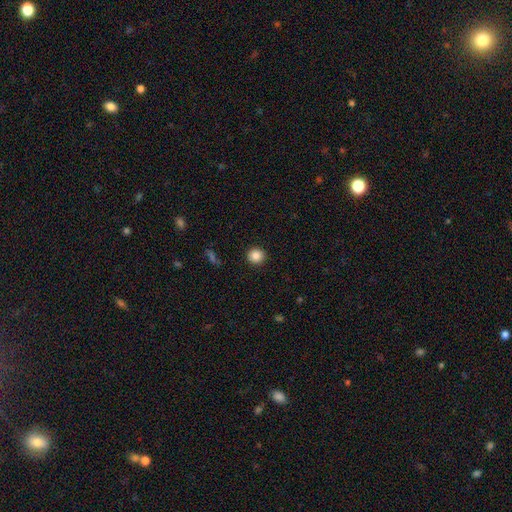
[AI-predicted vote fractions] Overall: smooth (86%). How rounded: round (93%). Merging: none (93%).